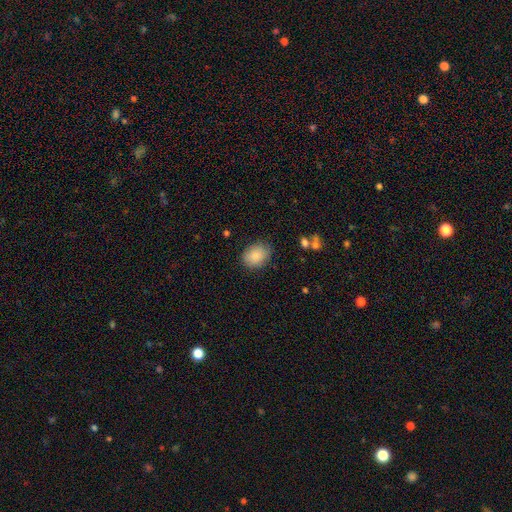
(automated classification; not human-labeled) Smooth or featured? Predicted: smooth (p=0.87). How rounded? Predicted: in between (p=0.64). Merging? Predicted: none (p=0.77).